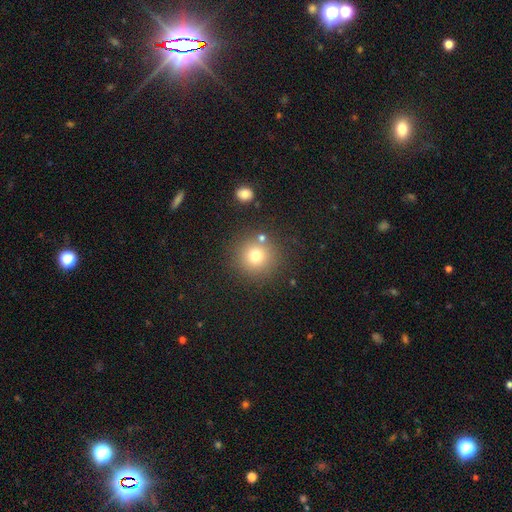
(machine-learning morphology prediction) type=smooth (75%); roundness=round (94%); merging=none (81%).